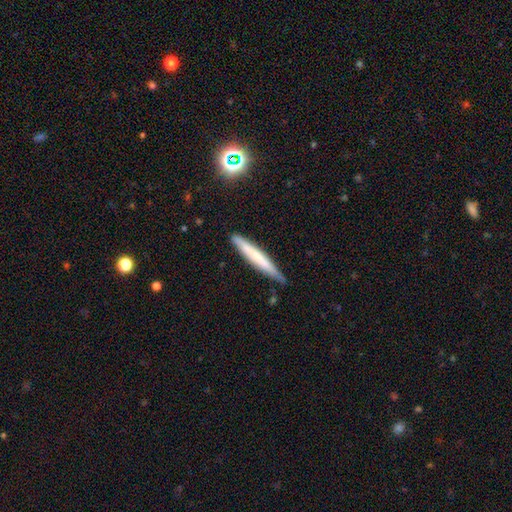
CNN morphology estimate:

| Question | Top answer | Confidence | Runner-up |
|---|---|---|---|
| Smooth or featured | smooth | 57% | featured or disk (36%) |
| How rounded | cigar-shaped | 95% | in between (4%) |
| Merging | none | 81% | minor disturbance (15%) |